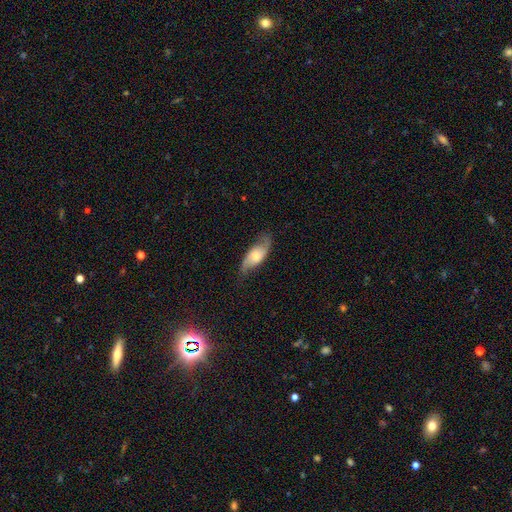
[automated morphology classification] featured or disk 59%, smooth 35%, star or artifact 7%. Down the decision tree: edge-on disk — no (86%); bar — no (62%); spiral arms — yes (87%); bulge size — moderate (51%); merging — none (72%).